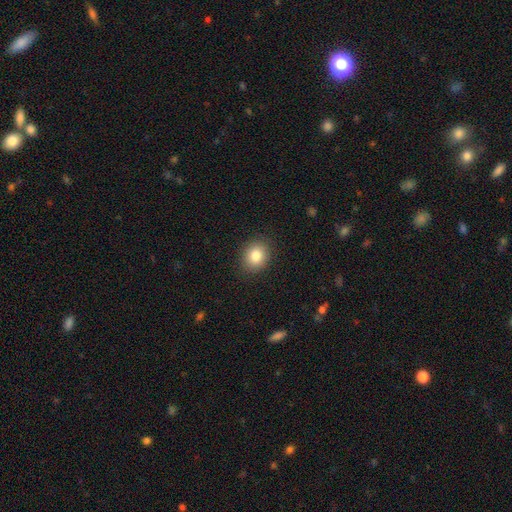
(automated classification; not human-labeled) Morphology: type=smooth (83%); roundness=round (62%); merging=none (89%).